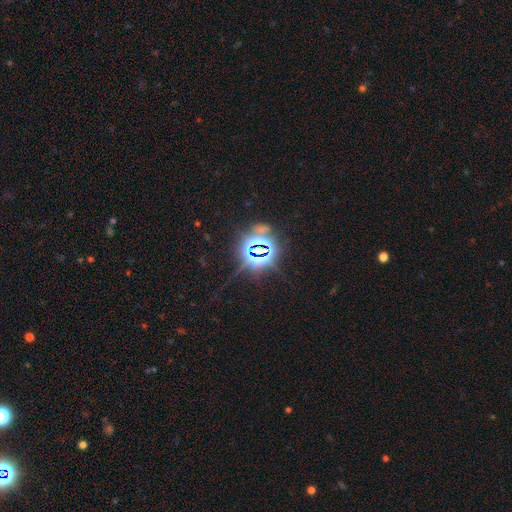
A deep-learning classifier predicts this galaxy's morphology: smooth_or_featured: star or artifact (p=0.82) [alt: smooth p=0.09]